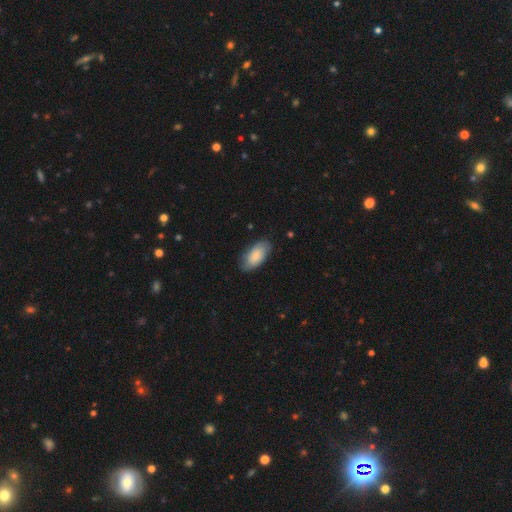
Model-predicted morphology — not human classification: This appears to be a smooth galaxy with no disk features (79%) that is in between round and cigar-shaped (93%). Merging: none (78%).